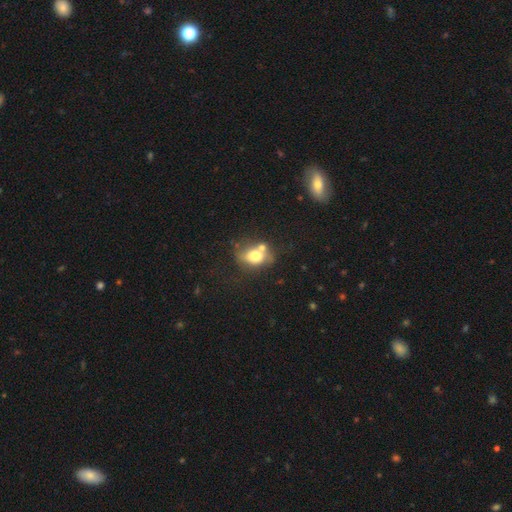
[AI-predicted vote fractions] smooth 69%, featured or disk 21%, star or artifact 10%. Down the decision tree: how rounded — in between (57%); merging — none (45%).